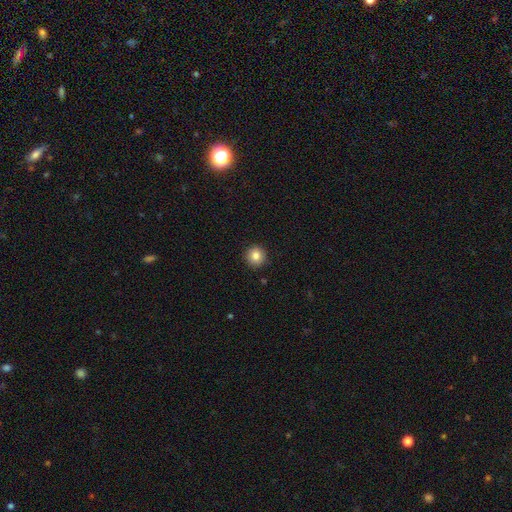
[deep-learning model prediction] The model was most divided on "smooth or featured": smooth: 84%, star or artifact: 10%, featured or disk: 6%. More confident: how rounded — round (95%); merging — none (92%).